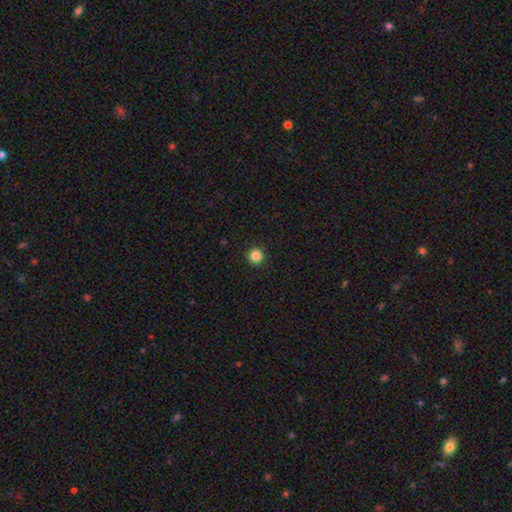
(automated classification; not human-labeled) A smooth galaxy with no disk features (85%) that is round (96%). Merging: none (94%).